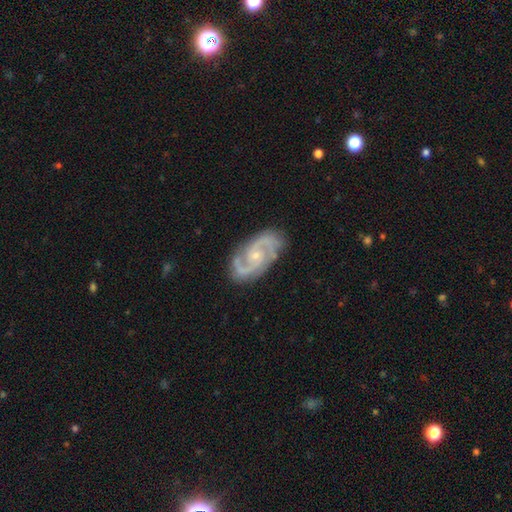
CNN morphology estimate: Smooth or featured?
  - featured or disk: 91% *
  - star or artifact: 4%
  - smooth: 4%
Edge-on disk?
  - no: 97% *
  - yes: 3%
Bar?
  - no: 58% *
  - weak: 35%
  - strong: 7%
Spiral arms?
  - yes: 98% *
  - no: 2%
Spiral winding?
  - medium: 54% *
  - tight: 35%
  - loose: 11%
Spiral arm count?
  - 2: 89% *
  - 3: 5%
  - can't tell: 3%
  - 1: 1%
  - 4: 1%
  - more than 4: 1%
Bulge size?
  - small: 64% *
  - moderate: 30%
  - none: 4%
  - large: 1%
  - dominant: 1%
Merging?
  - none: 82% *
  - minor disturbance: 13%
  - major disturbance: 3%
  - merger: 1%